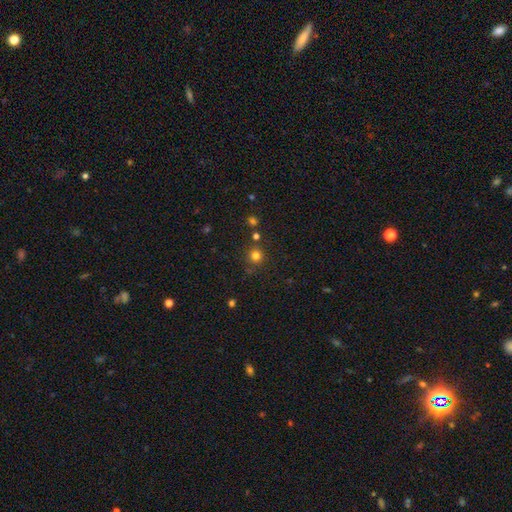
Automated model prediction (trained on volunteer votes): This appears to be a smooth galaxy with no disk features (77%) that is round (92%). Merging: none (81%).